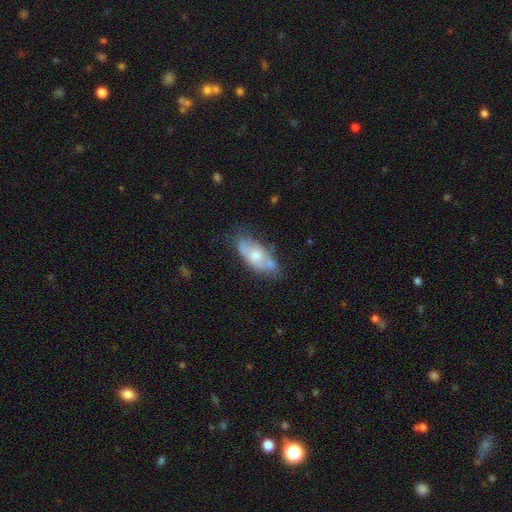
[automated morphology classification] This appears to be a smooth galaxy with no disk features (54%) that is in between round and cigar-shaped (83%). Merging: none (52%).